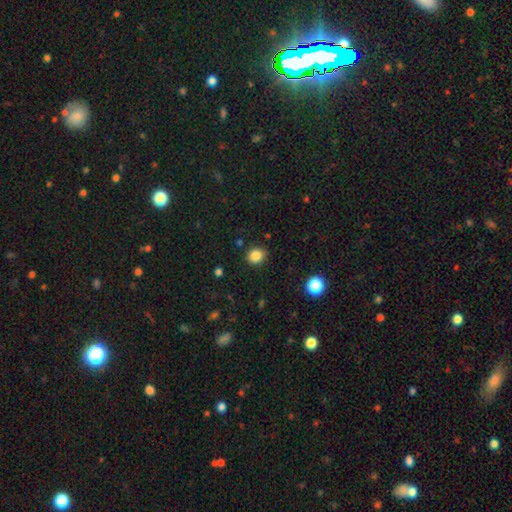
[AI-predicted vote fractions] This is clearly a smooth galaxy (85%). How rounded: likely round (72%). Merging: clearly none (87%).